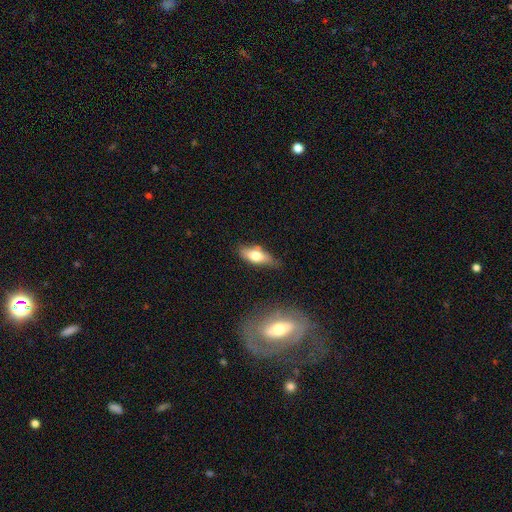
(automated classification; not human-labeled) Smooth or featured?
  - smooth: 66% *
  - featured or disk: 26%
  - star or artifact: 7%
How rounded?
  - in between: 75% *
  - cigar-shaped: 22%
  - round: 3%
Merging?
  - none: 65% *
  - minor disturbance: 25%
  - major disturbance: 6%
  - merger: 4%